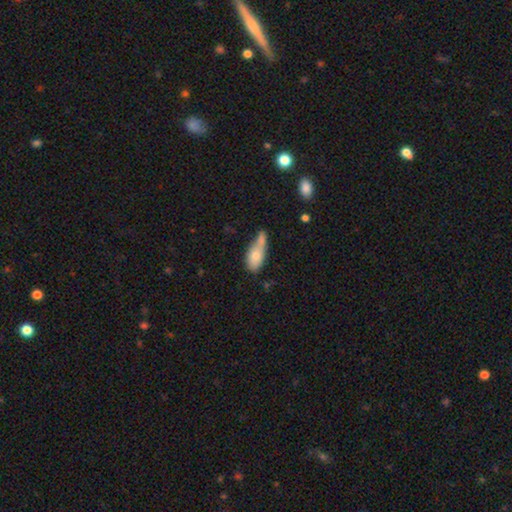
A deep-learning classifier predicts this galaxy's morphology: This is likely a smooth galaxy (74%). How rounded: clearly in between (83%). Merging: marginally merger (43%).